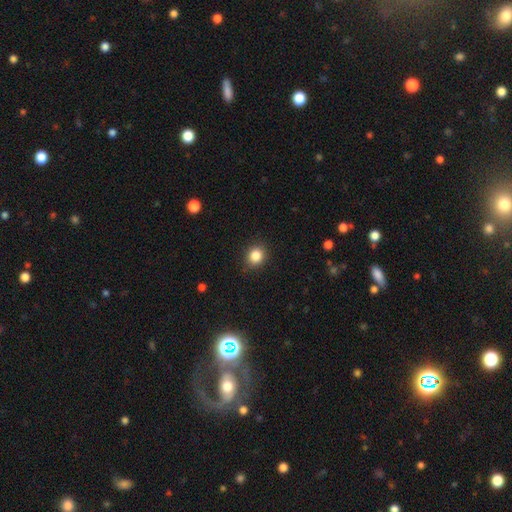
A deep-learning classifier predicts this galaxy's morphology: The model was most divided on "how rounded": round: 75%, in between: 24%, cigar-shaped: 1%. More confident: merging — none (87%); smooth or featured — smooth (85%).